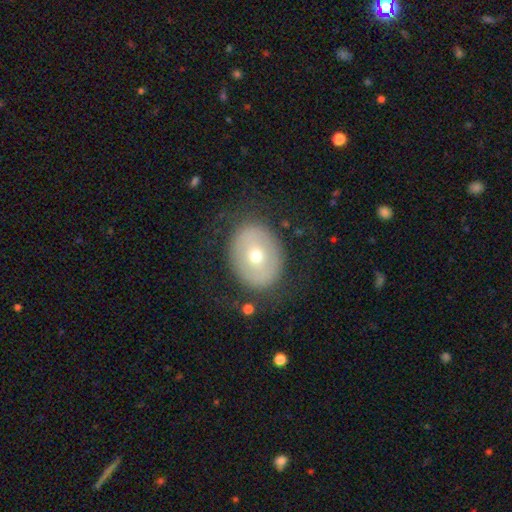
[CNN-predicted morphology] Smooth or featured?
  - smooth: 50% *
  - featured or disk: 42%
  - star or artifact: 8%
How rounded?
  - in between: 50% *
  - round: 49%
  - cigar-shaped: 1%
Merging?
  - none: 78% *
  - minor disturbance: 13%
  - major disturbance: 8%
  - merger: 1%